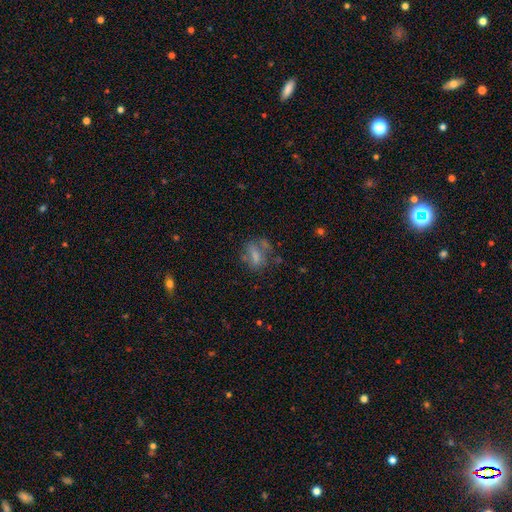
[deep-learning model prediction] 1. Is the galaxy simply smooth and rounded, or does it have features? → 59% smooth, 29% featured or disk, 12% star or artifact.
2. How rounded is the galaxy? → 66% in between, 21% round, 14% cigar-shaped.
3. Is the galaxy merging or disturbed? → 50% none, 22% minor disturbance, 18% major disturbance, 11% merger.